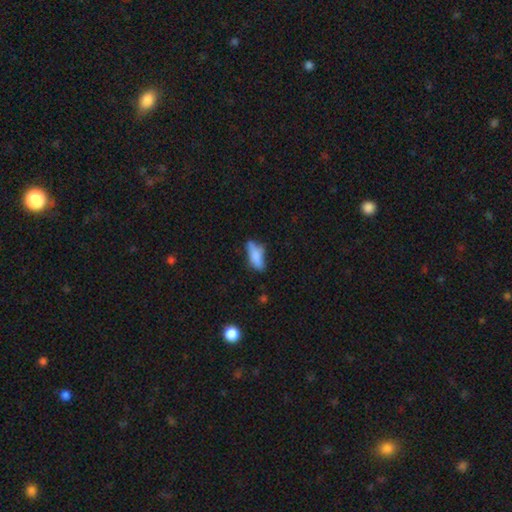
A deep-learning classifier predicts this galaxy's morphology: A smooth galaxy with no disk features (74%) that is in between round and cigar-shaped (71%).

Vote fractions:
- Smooth or featured? smooth: 74% / featured or disk: 17% / star or artifact: 9%
- How rounded? in between: 71% / cigar-shaped: 27% / round: 3%
- Merging? none: 51% / minor disturbance: 31% / major disturbance: 13% / merger: 5%